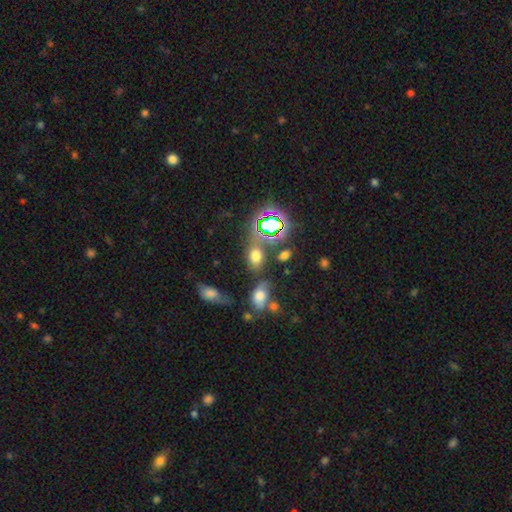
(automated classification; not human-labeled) Smooth or featured?
  - smooth: 57% *
  - star or artifact: 33%
  - featured or disk: 11%
How rounded?
  - in between: 76% *
  - round: 21%
  - cigar-shaped: 4%
Merging?
  - none: 61% *
  - merger: 16%
  - minor disturbance: 15%
  - major disturbance: 8%